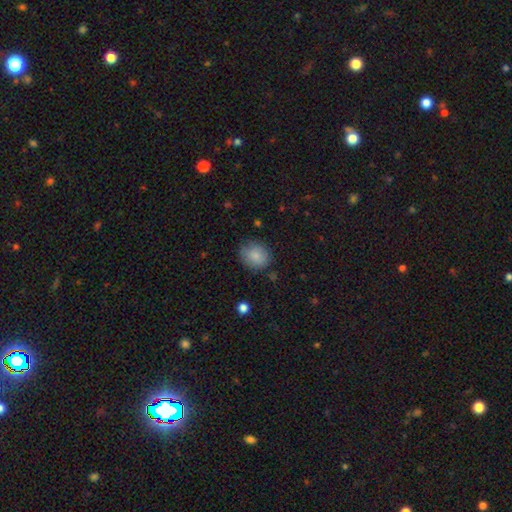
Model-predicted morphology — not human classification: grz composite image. It shows a smooth galaxy with no disk features (86%) that is round (61%). Merging: none (75%).